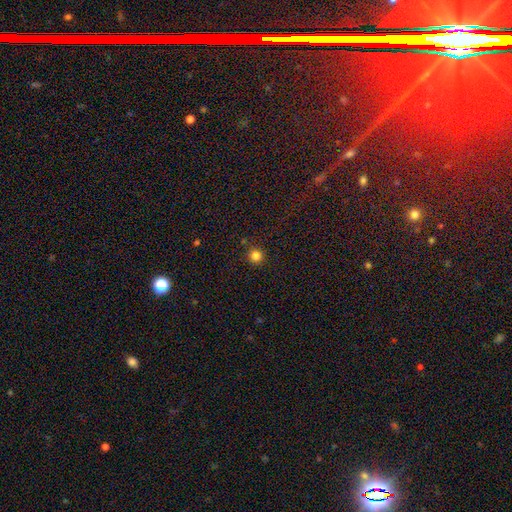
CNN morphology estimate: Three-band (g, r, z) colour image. It shows a smooth galaxy with no disk features (82%) that is round (95%). Merging: none (90%).